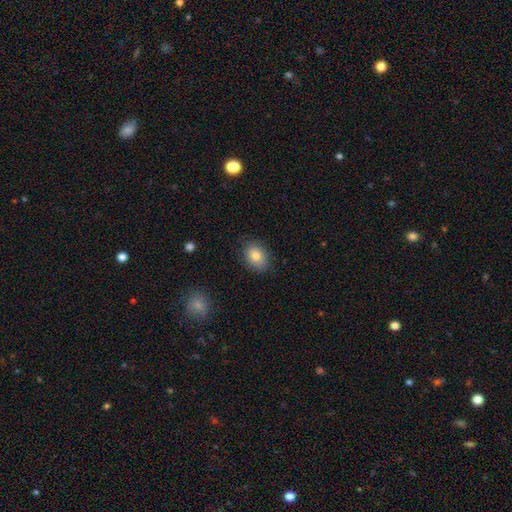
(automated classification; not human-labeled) This appears to be a smooth galaxy with no disk features (81%) that is in between round and cigar-shaped (65%). Merging: none (85%).